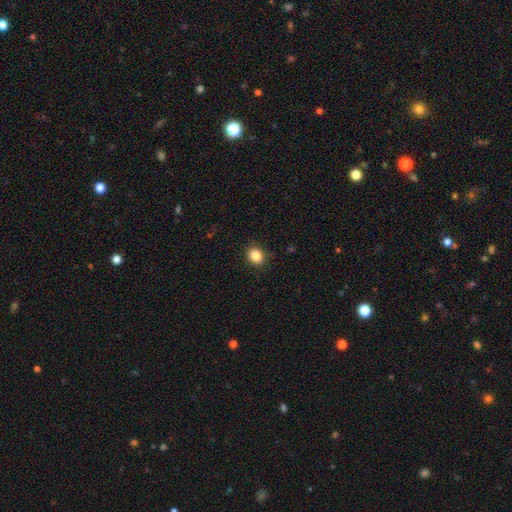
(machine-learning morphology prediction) Smooth or featured? smooth (87%)
How rounded? round (60%)
Merging? none (90%)